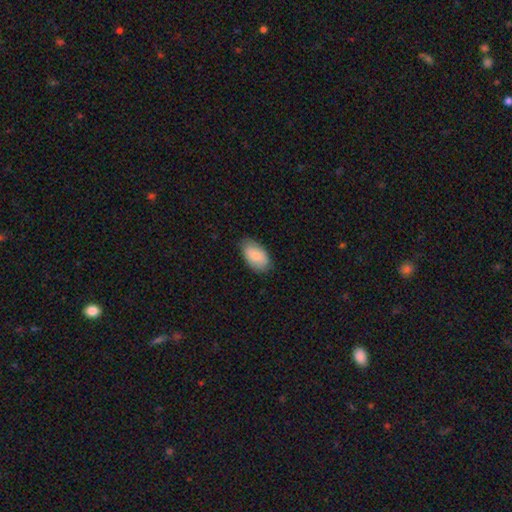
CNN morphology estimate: A smooth galaxy with no disk features (82%) that is in between round and cigar-shaped (94%). Merging: none (80%).